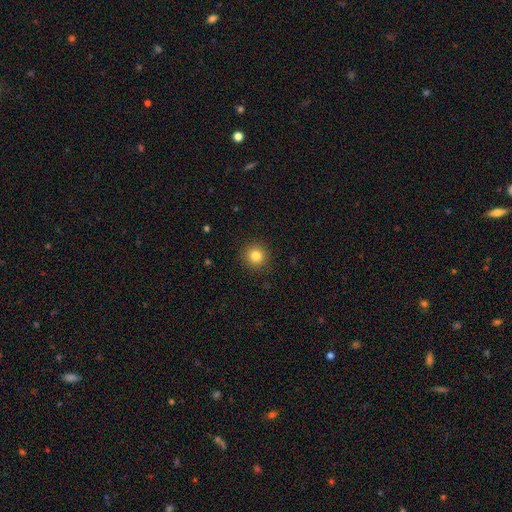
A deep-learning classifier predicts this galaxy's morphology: Smooth or featured: smooth — 83% (star or artifact — 11%)
How rounded: round — 94% (in between — 5%)
Merging: none — 91% (minor disturbance — 6%)